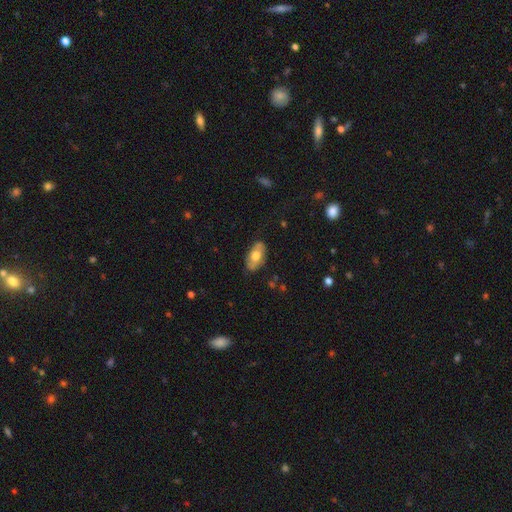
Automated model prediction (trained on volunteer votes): Smooth or featured: smooth — 58% (featured or disk — 36%)
How rounded: in between — 92% (round — 4%)
Merging: none — 80% (minor disturbance — 16%)